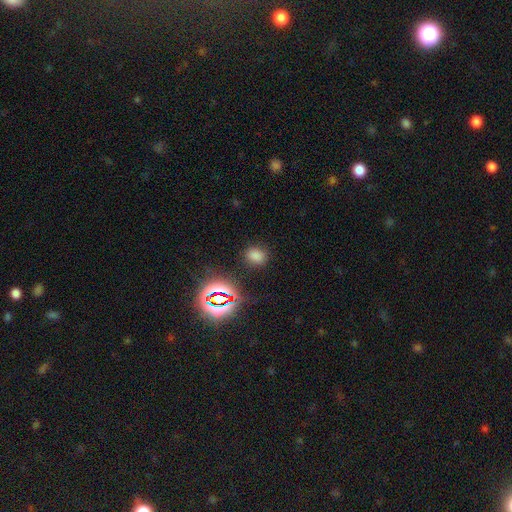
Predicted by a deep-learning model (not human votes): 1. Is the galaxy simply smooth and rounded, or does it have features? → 72% smooth, 23% star or artifact, 5% featured or disk.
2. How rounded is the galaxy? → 51% in between, 47% round, 1% cigar-shaped.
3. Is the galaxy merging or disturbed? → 85% none, 10% minor disturbance, 4% major disturbance, 2% merger.